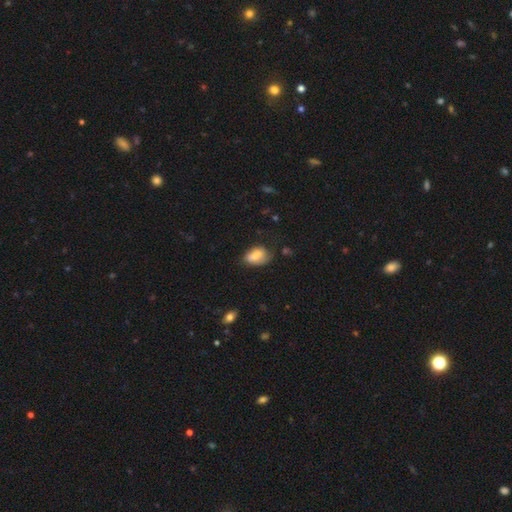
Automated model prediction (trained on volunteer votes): This is likely a smooth galaxy (71%). How rounded: clearly in between (87%). Merging: possibly none (49%).